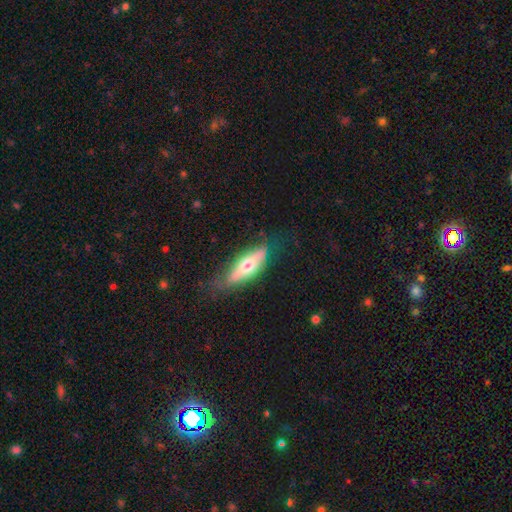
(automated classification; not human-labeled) Smooth or featured?
  - featured or disk: 45% *
  - smooth: 43%
  - star or artifact: 12%
Merging?
  - none: 74% *
  - minor disturbance: 18%
  - major disturbance: 5%
  - merger: 2%